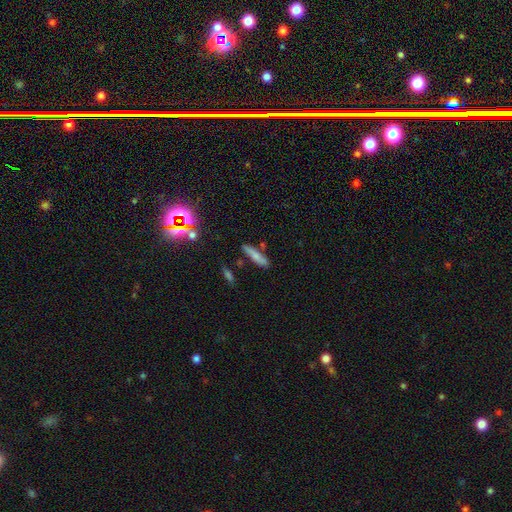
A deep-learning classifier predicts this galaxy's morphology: Smooth or featured?
  - smooth: 73% *
  - featured or disk: 18%
  - star or artifact: 9%
How rounded?
  - cigar-shaped: 77% *
  - in between: 21%
  - round: 2%
Merging?
  - none: 74% *
  - minor disturbance: 15%
  - merger: 8%
  - major disturbance: 3%